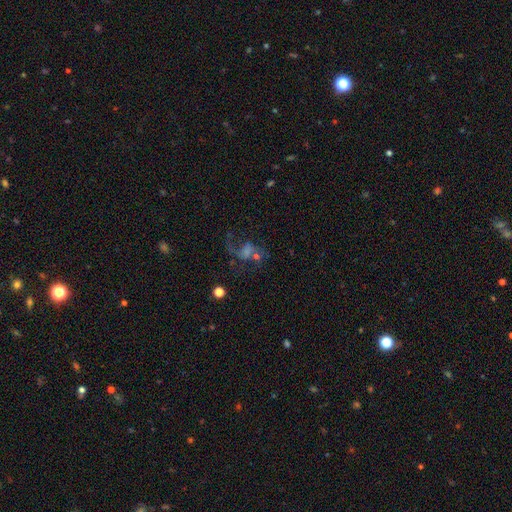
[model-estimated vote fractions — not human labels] Q: Smooth or featured?
A: featured or disk (50%); runner-up: star or artifact (27%)
Q: Merging?
A: none (37%); runner-up: major disturbance (33%)